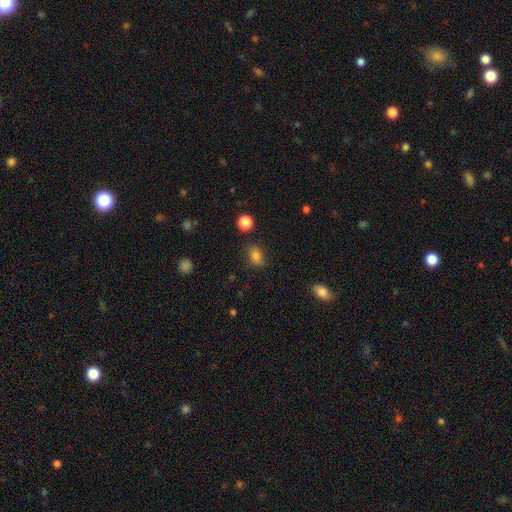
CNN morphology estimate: Q: Smooth or featured?
A: smooth (82%); runner-up: star or artifact (12%)
Q: How rounded?
A: in between (72%); runner-up: round (26%)
Q: Merging?
A: none (79%); runner-up: minor disturbance (15%)